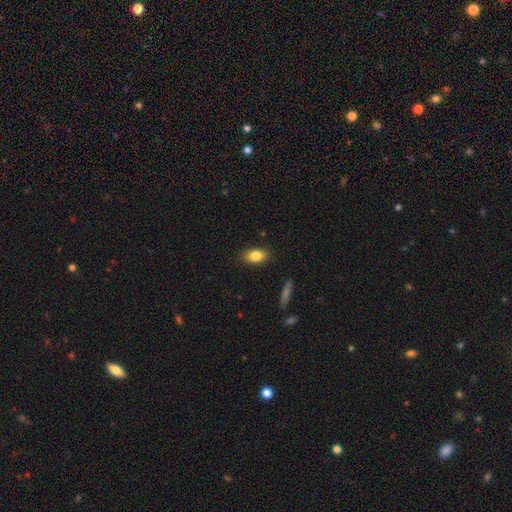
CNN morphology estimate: A smooth galaxy with no disk features (84%) that is in between round and cigar-shaped (87%). Merging: none (86%).